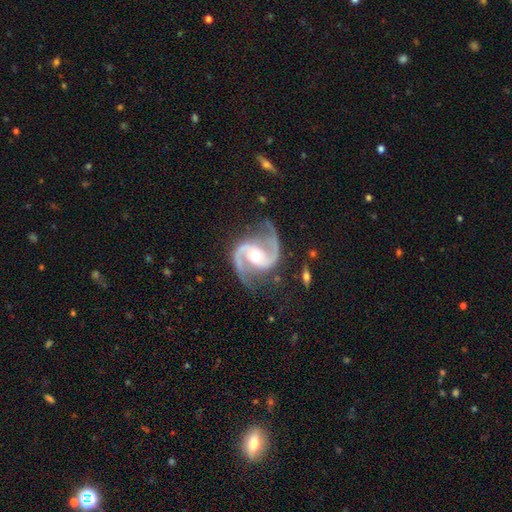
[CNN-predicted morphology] Smooth or featured? featured or disk (94%)
Edge-on disk? no (98%)
Bar? no (41%)
Spiral arms? yes (99%)
Spiral winding? medium (63%)
Spiral arm count? 2 (94%)
Bulge size? moderate (74%)
Merging? none (76%)